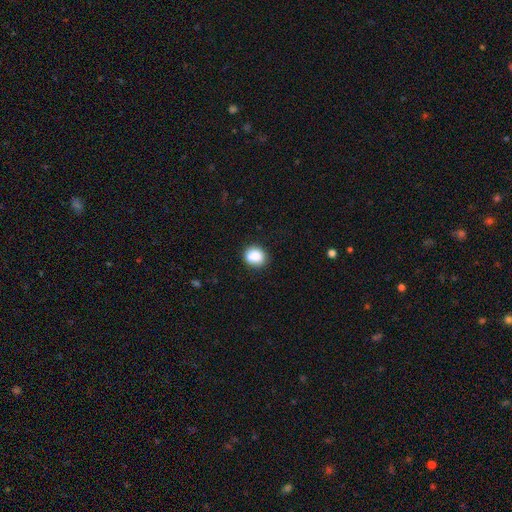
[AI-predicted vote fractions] Morphology: type=smooth (84%); roundness=round (68%); merging=none (71%).